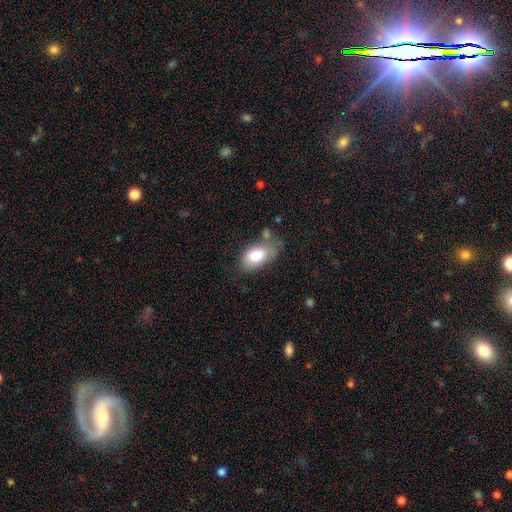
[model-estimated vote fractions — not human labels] Smooth or featured? Predicted: smooth (p=0.81). How rounded? Predicted: in between (p=0.93). Merging? Predicted: none (p=0.47).